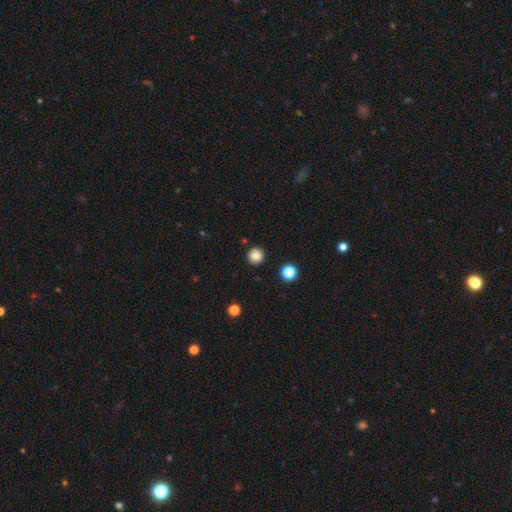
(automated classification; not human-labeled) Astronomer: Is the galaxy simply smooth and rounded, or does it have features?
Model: smooth — 83%.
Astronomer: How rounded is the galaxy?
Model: round — 94%.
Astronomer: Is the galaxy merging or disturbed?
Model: none — 92%.